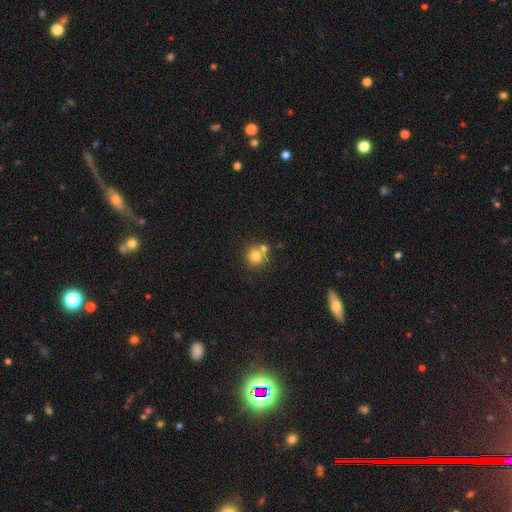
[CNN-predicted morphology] smooth_or_featured: smooth (p=0.78) [alt: star or artifact p=0.11]
how_rounded: round (p=0.90) [alt: in between p=0.09]
merging: none (p=0.58) [alt: merger p=0.31]